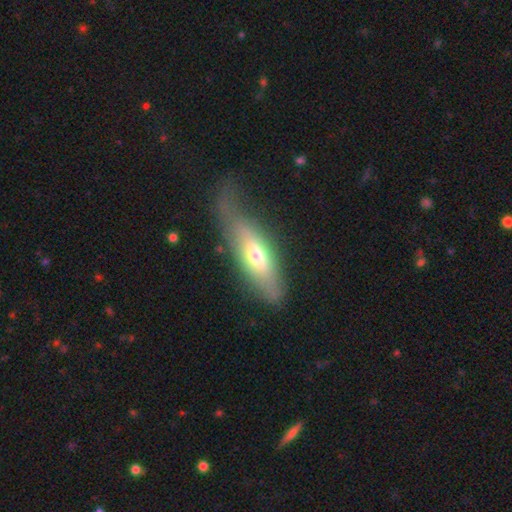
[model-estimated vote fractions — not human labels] Smooth or featured? Predicted: smooth (p=0.54). How rounded? Predicted: in between (p=0.58). Merging? Predicted: none (p=0.46).